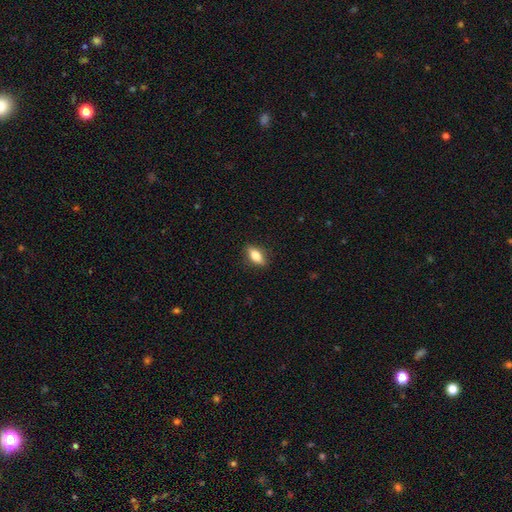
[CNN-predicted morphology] smooth-or-featured: smooth: 77% | featured or disk: 15% | star or artifact: 7%
  how-rounded: in between: 79% | cigar-shaped: 16% | round: 5%
  merging: none: 86% | minor disturbance: 10% | major disturbance: 2% | merger: 1%